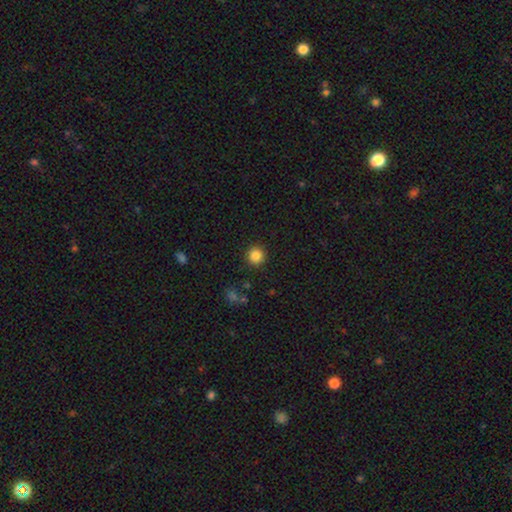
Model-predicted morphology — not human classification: Q: Smooth or featured?
A: smooth (85%); runner-up: star or artifact (11%)
Q: How rounded?
A: round (94%); runner-up: in between (5%)
Q: Merging?
A: none (91%); runner-up: minor disturbance (6%)